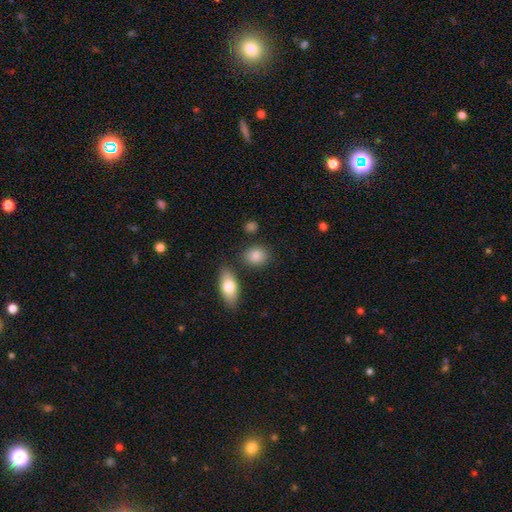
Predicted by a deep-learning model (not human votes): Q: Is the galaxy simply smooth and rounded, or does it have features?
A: smooth — 87%.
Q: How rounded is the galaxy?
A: in between — 50%.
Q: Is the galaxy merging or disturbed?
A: none — 79%.